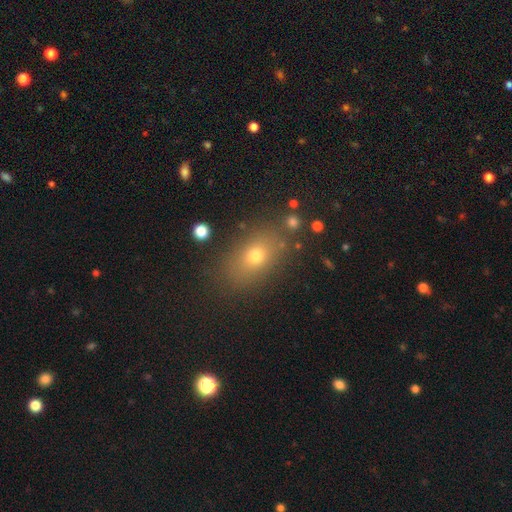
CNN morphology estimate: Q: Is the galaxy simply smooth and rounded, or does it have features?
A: smooth — 67%.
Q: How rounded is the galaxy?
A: in between — 72%.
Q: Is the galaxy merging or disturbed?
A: none — 82%.